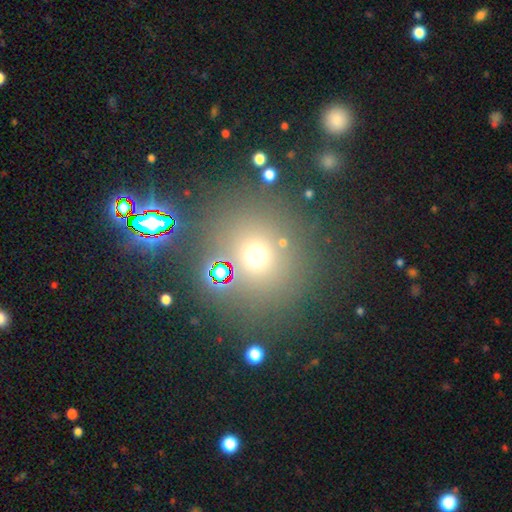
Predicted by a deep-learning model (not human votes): smooth 62%, star or artifact 29%, featured or disk 9%. Down the decision tree: how rounded — round (80%); merging — none (74%).